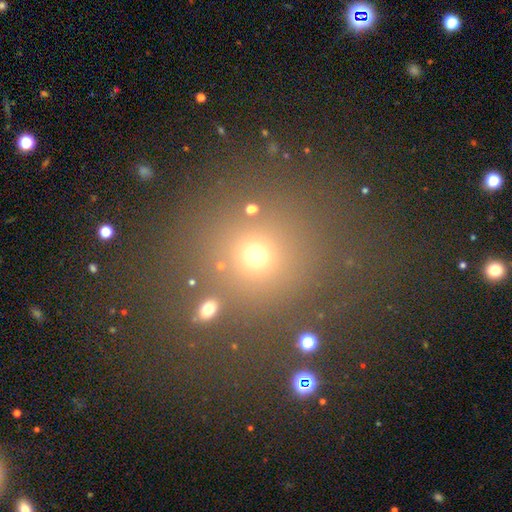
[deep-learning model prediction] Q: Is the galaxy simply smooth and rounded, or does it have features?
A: smooth — 62%.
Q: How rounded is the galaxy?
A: round — 90%.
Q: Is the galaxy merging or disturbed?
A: none — 78%.